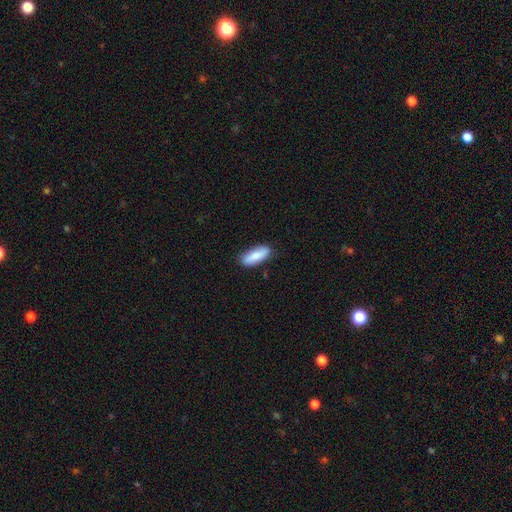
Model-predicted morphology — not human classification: type=smooth (79%); roundness=in between (68%); merging=none (84%).